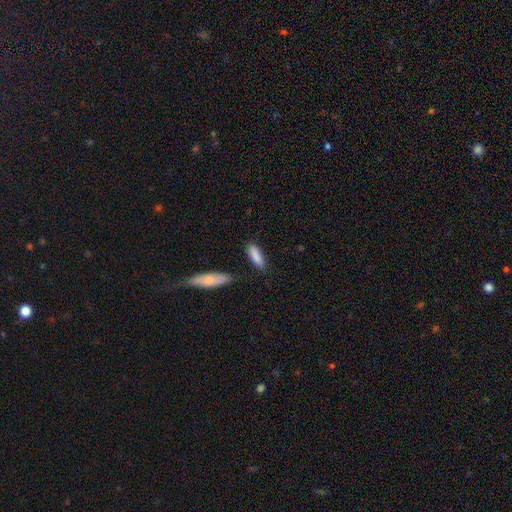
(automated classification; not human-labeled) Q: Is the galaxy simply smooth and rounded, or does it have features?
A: smooth — 86%.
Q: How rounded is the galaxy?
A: in between — 49%, tied with cigar-shaped.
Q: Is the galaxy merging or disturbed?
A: none — 78%.